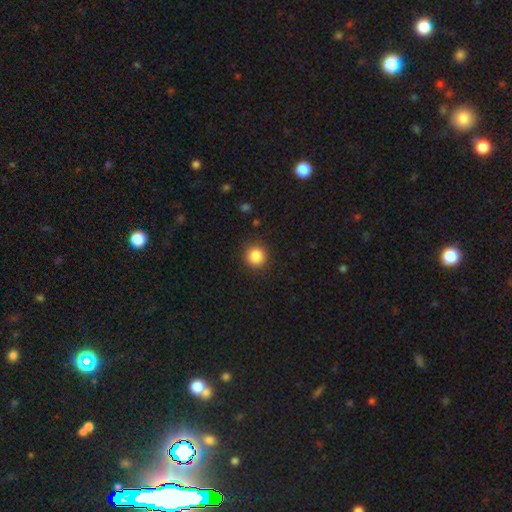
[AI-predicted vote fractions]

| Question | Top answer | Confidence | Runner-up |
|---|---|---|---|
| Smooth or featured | smooth | 87% | star or artifact (10%) |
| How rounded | round | 93% | in between (6%) |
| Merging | none | 90% | minor disturbance (7%) |